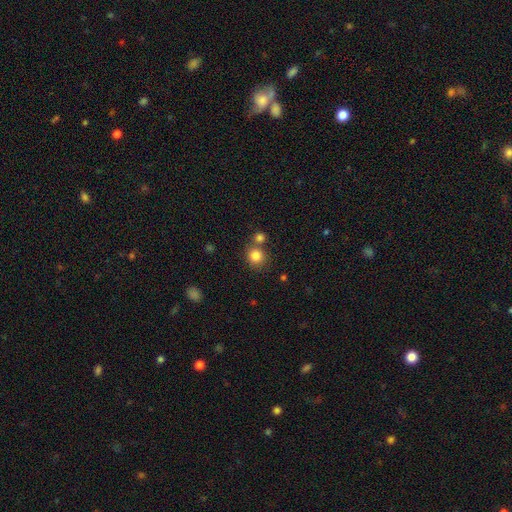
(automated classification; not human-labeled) Morphology: type=smooth (83%); roundness=round (88%); merging=none (65%).